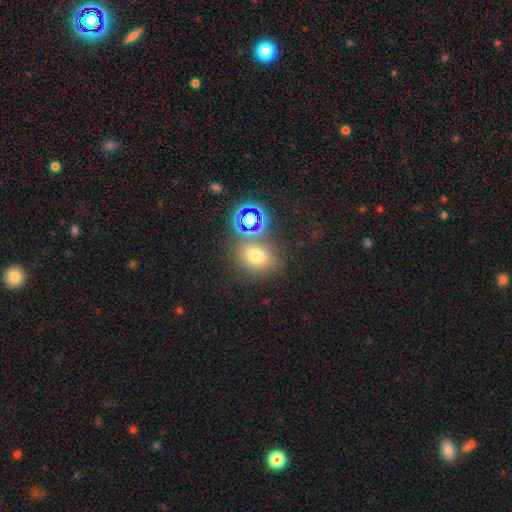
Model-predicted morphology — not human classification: This is likely a smooth galaxy (68%). How rounded: possibly in between (51%). Merging: likely none (66%).